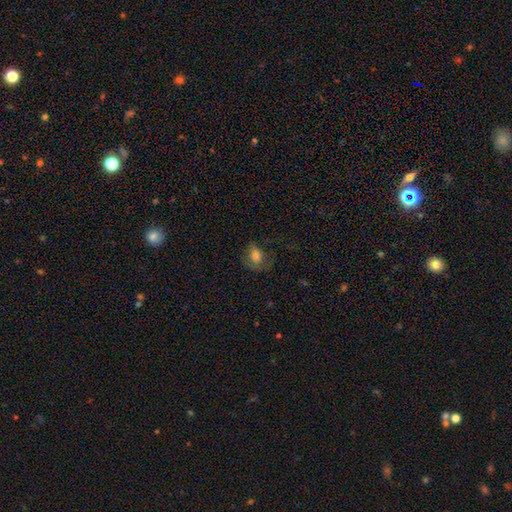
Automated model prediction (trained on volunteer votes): Q: Smooth or featured?
A: smooth (71%); runner-up: featured or disk (16%)
Q: How rounded?
A: in between (67%); runner-up: round (31%)
Q: Merging?
A: none (53%); runner-up: minor disturbance (24%)